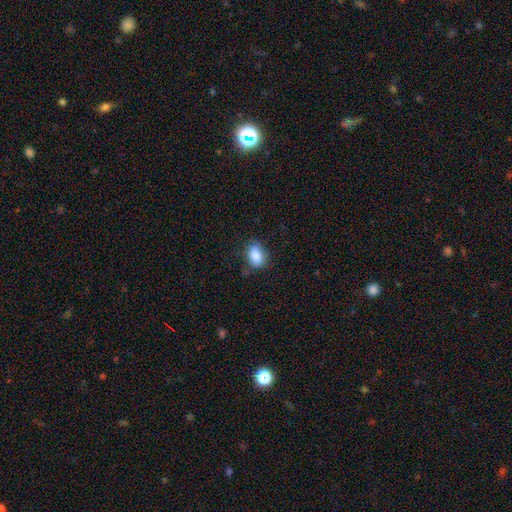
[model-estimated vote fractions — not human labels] smooth 85%, star or artifact 8%, featured or disk 7%. Down the decision tree: how rounded — in between (82%); merging — none (68%).